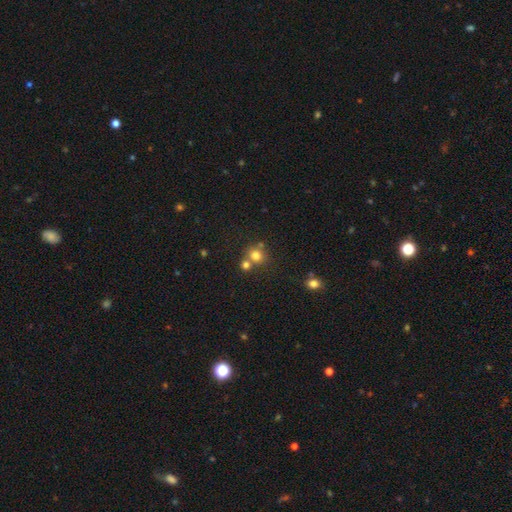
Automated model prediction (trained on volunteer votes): A smooth galaxy with no disk features (77%) that is round (87%). Merging: none (57%).